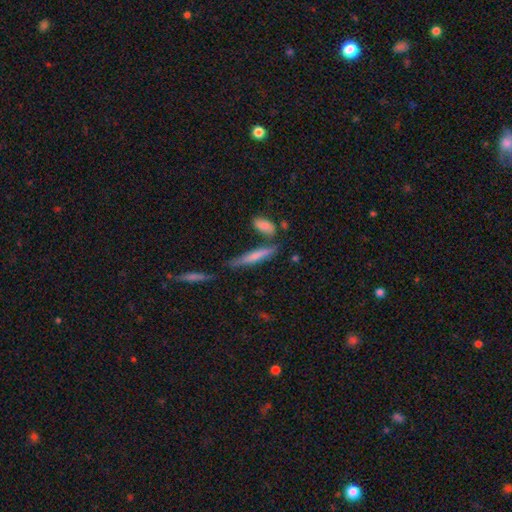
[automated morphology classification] Q: Smooth or featured?
A: smooth (61%); runner-up: featured or disk (32%)
Q: How rounded?
A: cigar-shaped (87%); runner-up: in between (11%)
Q: Merging?
A: none (68%); runner-up: minor disturbance (16%)